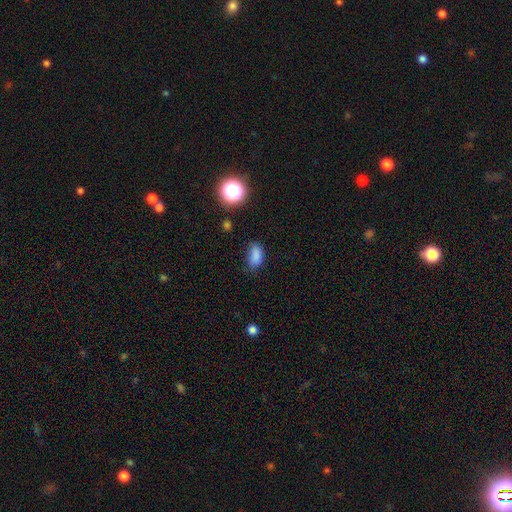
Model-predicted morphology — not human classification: Q: Smooth or featured?
A: smooth (83%); runner-up: star or artifact (12%)
Q: How rounded?
A: in between (88%); runner-up: round (8%)
Q: Merging?
A: none (60%); runner-up: minor disturbance (30%)